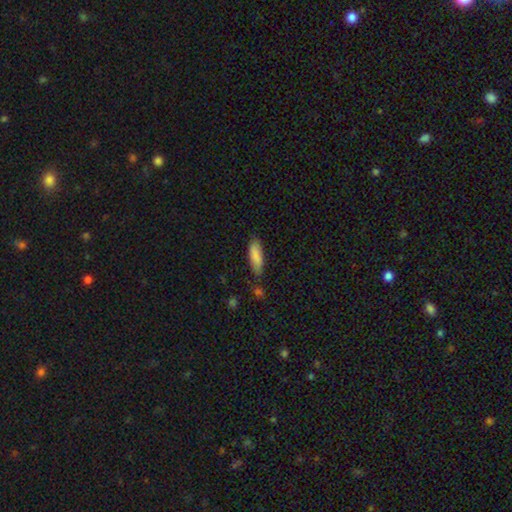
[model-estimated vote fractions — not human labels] This appears to be a smooth galaxy with no disk features (86%) that is in between round and cigar-shaped (53%). Merging: none (72%).